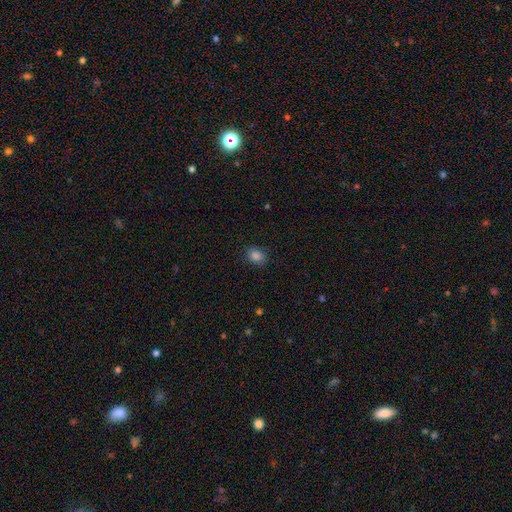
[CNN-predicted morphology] Overall: smooth (84%). How rounded: in between (56%; round 43%). Merging: none (85%).